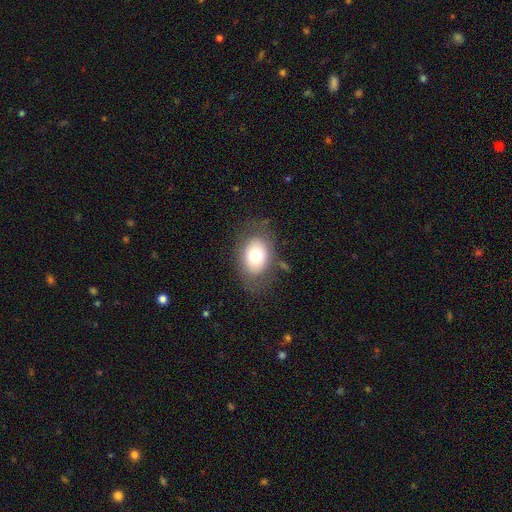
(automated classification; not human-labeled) smooth_or_featured: smooth (p=0.70) [alt: featured or disk p=0.21]
how_rounded: in between (p=0.77) [alt: round p=0.22]
merging: none (p=0.73) [alt: minor disturbance p=0.16]